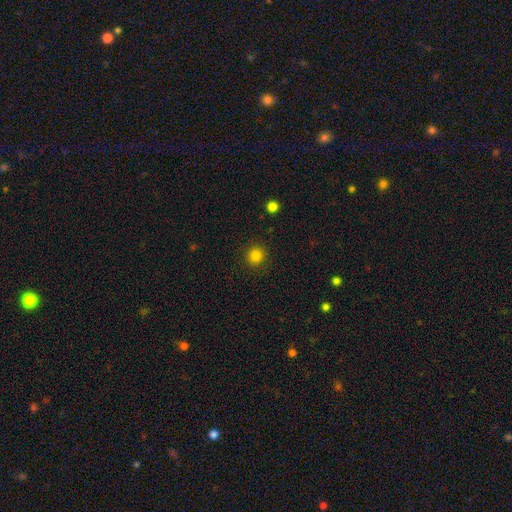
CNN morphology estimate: This is clearly a smooth galaxy (83%). How rounded: clearly round (93%). Merging: clearly none (90%).